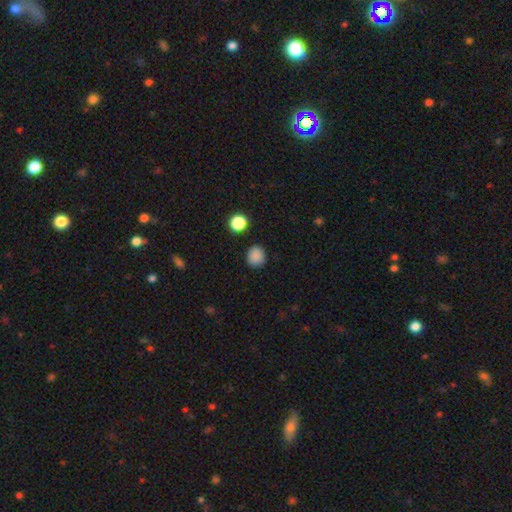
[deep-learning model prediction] Smooth or featured? Predicted: smooth (p=0.86). How rounded? Predicted: round (p=0.84). Merging? Predicted: none (p=0.87).